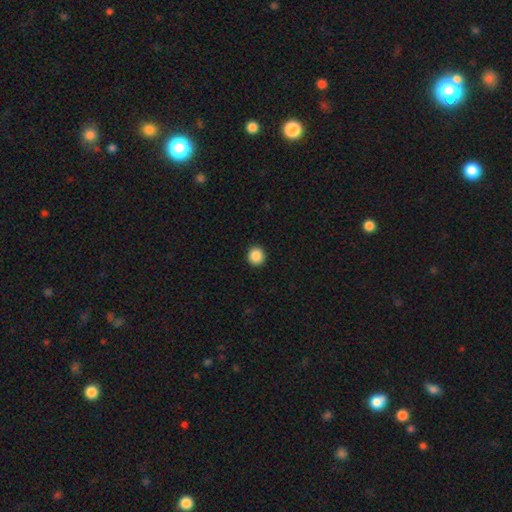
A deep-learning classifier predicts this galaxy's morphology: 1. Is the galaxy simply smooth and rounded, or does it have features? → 88% smooth, 9% star or artifact, 3% featured or disk.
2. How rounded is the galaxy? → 92% round, 7% in between, 1% cigar-shaped.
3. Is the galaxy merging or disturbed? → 93% none, 4% minor disturbance, 1% major disturbance, 1% merger.